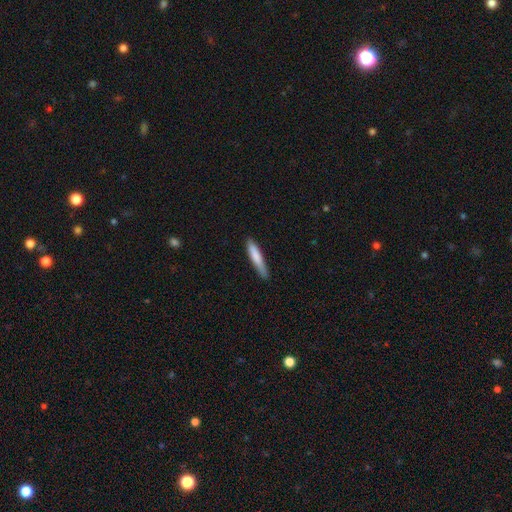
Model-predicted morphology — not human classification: A smooth galaxy with no disk features (78%) that is cigar-shaped (91%). Merging: none (80%).